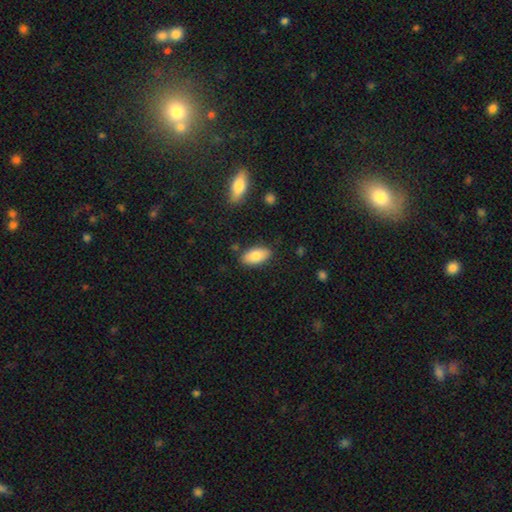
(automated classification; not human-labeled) smooth-or-featured: smooth: 82% | featured or disk: 11% | star or artifact: 7%
  how-rounded: in between: 93% | cigar-shaped: 5% | round: 3%
  merging: none: 84% | minor disturbance: 11% | major disturbance: 3% | merger: 2%